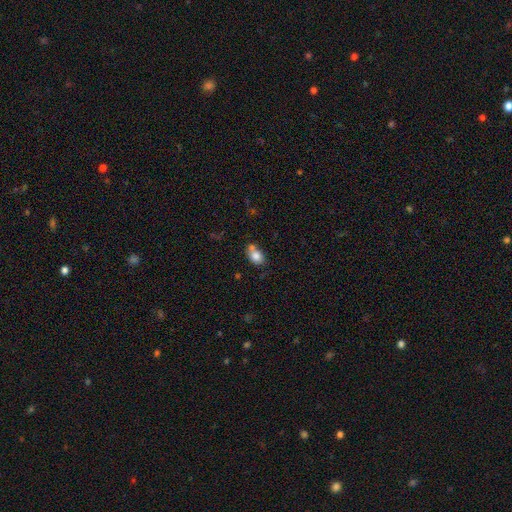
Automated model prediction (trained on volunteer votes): The model was most divided on "merging": none: 48%, merger: 31%, minor disturbance: 16%, major disturbance: 5%. More confident: smooth or featured — smooth (81%); how rounded — in between (65%).